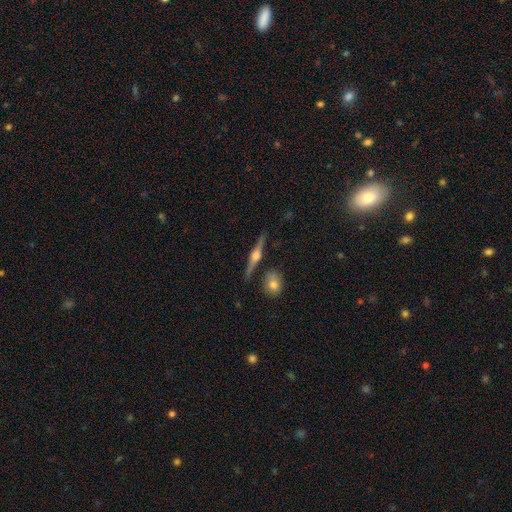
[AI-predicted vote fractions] Smooth or featured?
  - featured or disk: 79% *
  - smooth: 15%
  - star or artifact: 6%
Edge-on disk?
  - yes: 97% *
  - no: 3%
Edge-on bulge?
  - rounded: 92% *
  - boxy: 6%
  - none: 2%
Merging?
  - none: 84% *
  - minor disturbance: 9%
  - merger: 5%
  - major disturbance: 2%